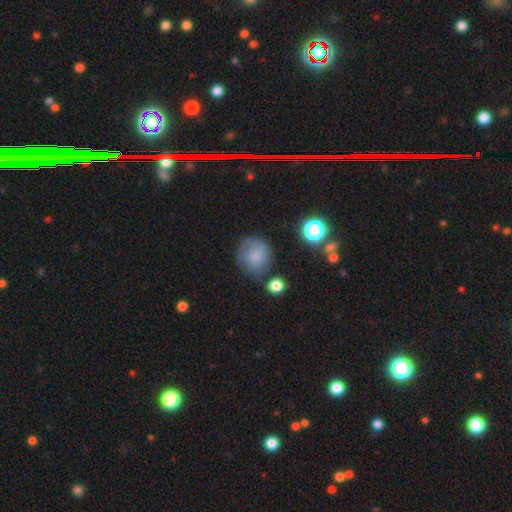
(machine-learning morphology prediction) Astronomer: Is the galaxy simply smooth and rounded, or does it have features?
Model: smooth — 73%.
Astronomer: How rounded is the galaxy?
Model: round — 82%.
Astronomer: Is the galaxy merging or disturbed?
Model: none — 61%.